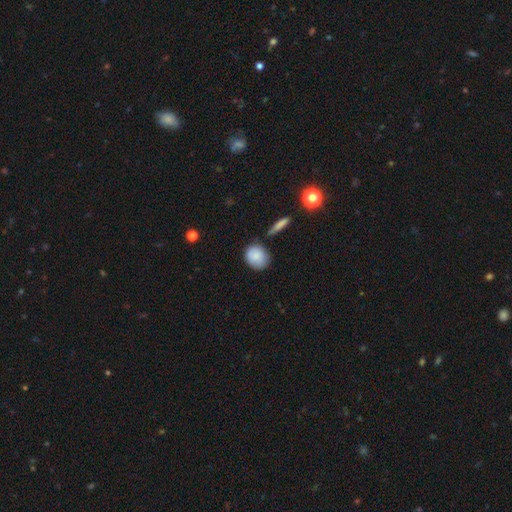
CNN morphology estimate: smooth-or-featured: smooth: 86% | star or artifact: 7% | featured or disk: 7%
  how-rounded: round: 72% | in between: 26% | cigar-shaped: 2%
  merging: none: 74% | minor disturbance: 17% | merger: 5% | major disturbance: 4%